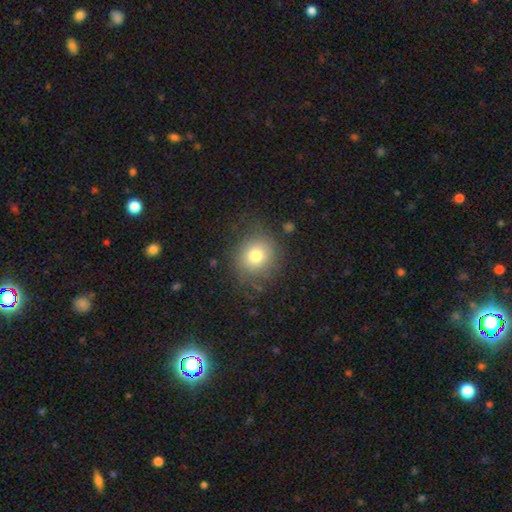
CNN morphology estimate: The model was most divided on "smooth or featured": smooth: 76%, star or artifact: 12%, featured or disk: 12%. More confident: how rounded — round (84%); merging — none (79%).